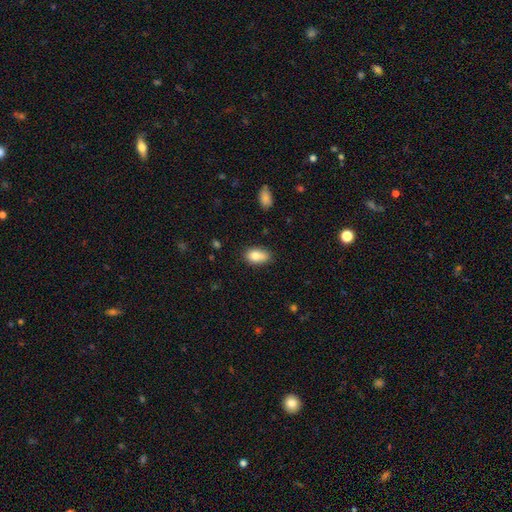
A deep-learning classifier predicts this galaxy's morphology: smooth 83%, featured or disk 9%, star or artifact 8%. Down the decision tree: how rounded — in between (89%); merging — none (68%).